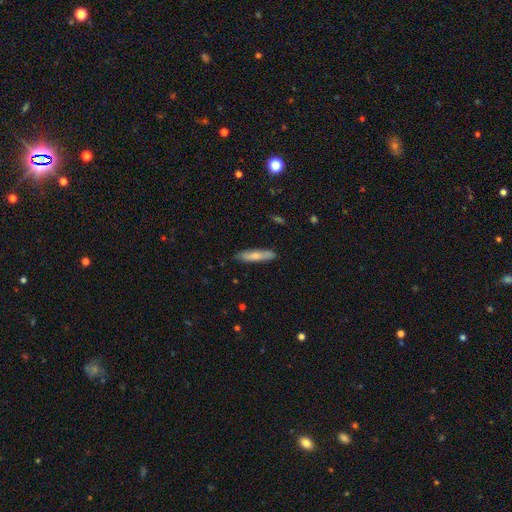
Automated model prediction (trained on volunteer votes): Smooth or featured? smooth (70%)
How rounded? cigar-shaped (80%)
Merging? none (83%)